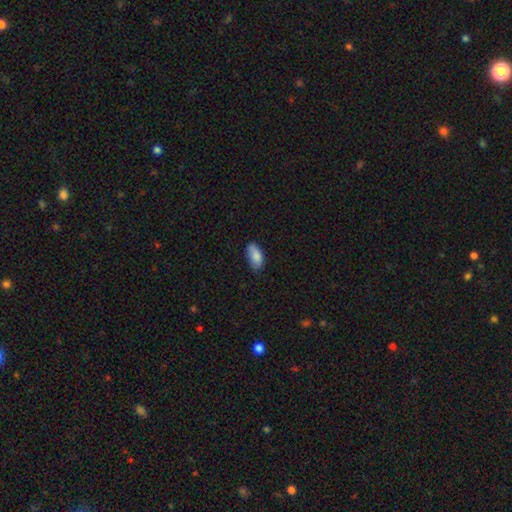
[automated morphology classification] Overall: smooth (84%). How rounded: in between (92%). Merging: none (72%).